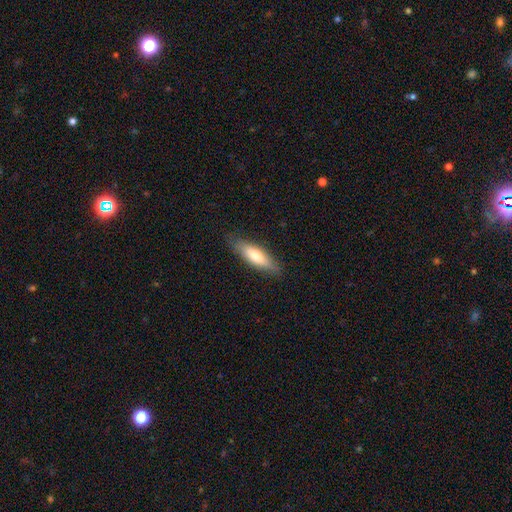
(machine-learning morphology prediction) A smooth galaxy with no disk features (67%) that is cigar-shaped (53%). Merging: none (82%).